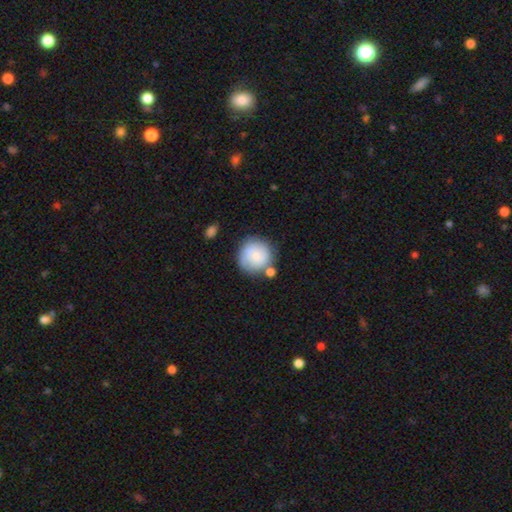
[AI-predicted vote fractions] Morphology: type=smooth (75%); roundness=round (92%); merging=none (65%).